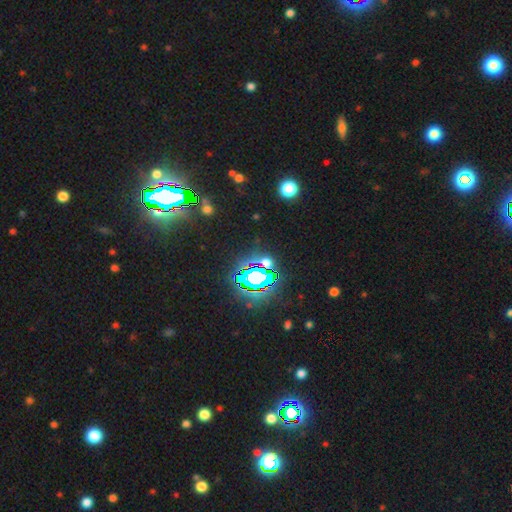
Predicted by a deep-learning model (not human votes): The model was most divided on "smooth or featured": star or artifact: 78%, smooth: 12%, featured or disk: 9%.